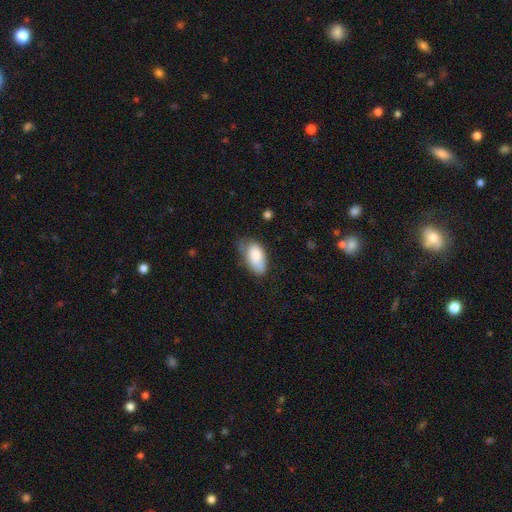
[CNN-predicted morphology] Overall: smooth (76%). How rounded: in between (93%). Merging: none (47%; minor disturbance 37%).